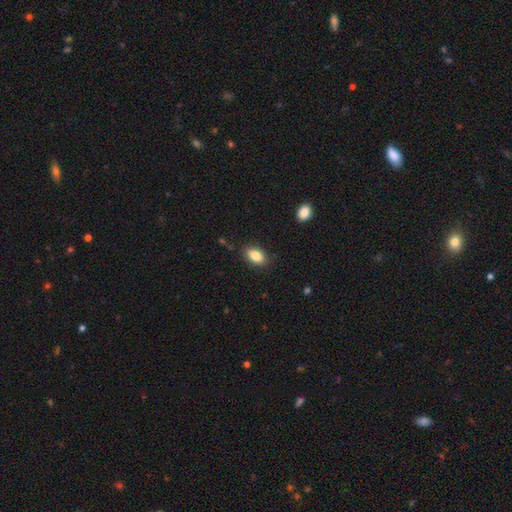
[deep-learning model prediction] This is clearly a smooth galaxy (85%). How rounded: clearly in between (90%). Merging: clearly none (86%).